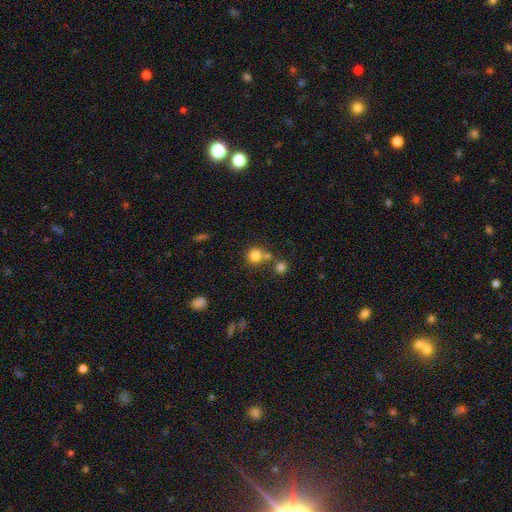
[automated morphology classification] This appears to be a smooth galaxy with no disk features (81%) that is round (89%). Merging: none (59%).